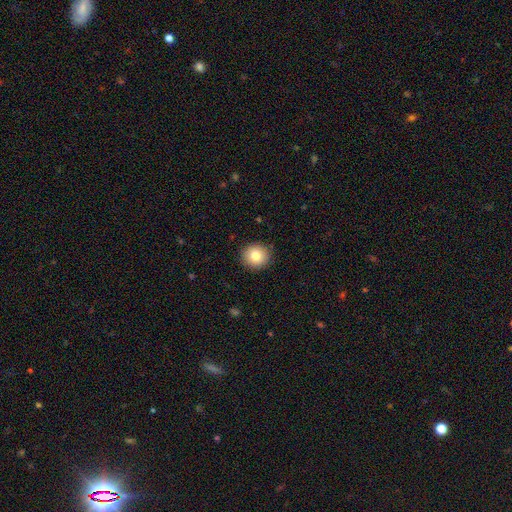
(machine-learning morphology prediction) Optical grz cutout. It shows a smooth galaxy with no disk features (81%) that is round (90%). Merging: none (91%).